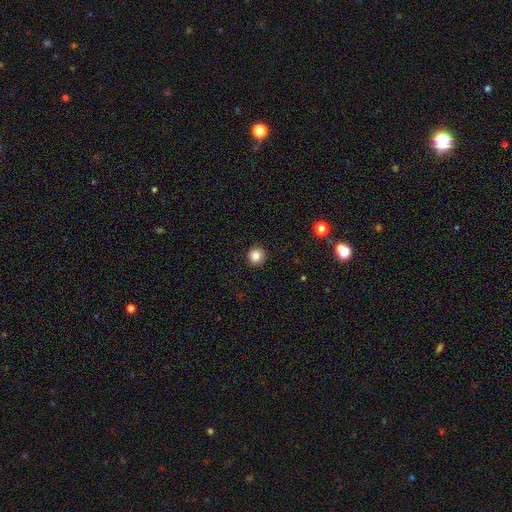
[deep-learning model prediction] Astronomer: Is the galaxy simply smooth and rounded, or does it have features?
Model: smooth — 84%.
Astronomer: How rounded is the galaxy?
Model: round — 94%.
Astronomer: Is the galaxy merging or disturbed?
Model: none — 92%.